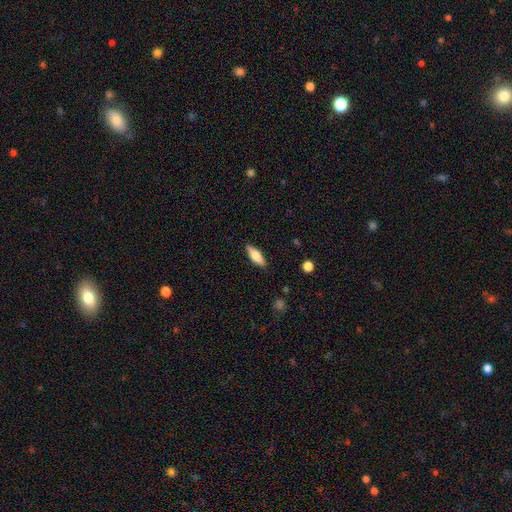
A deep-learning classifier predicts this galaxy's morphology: smooth_or_featured: smooth (p=0.70) [alt: featured or disk p=0.24]
how_rounded: cigar-shaped (p=0.49) [tied with: in between p=0.49]
merging: none (p=0.88) [alt: minor disturbance p=0.09]